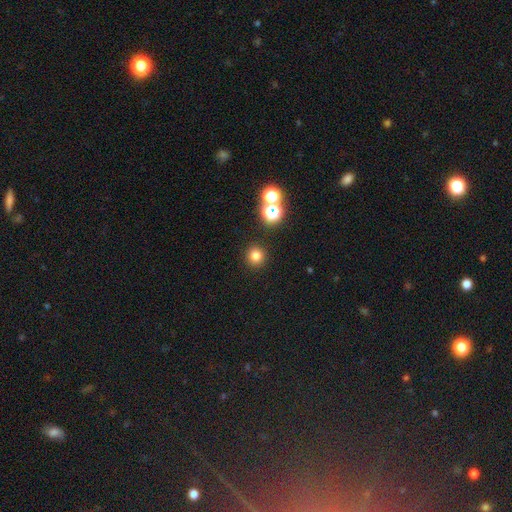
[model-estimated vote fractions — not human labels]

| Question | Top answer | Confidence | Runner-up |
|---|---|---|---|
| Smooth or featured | smooth | 77% | star or artifact (18%) |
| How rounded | round | 94% | in between (5%) |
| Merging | none | 90% | minor disturbance (5%) |